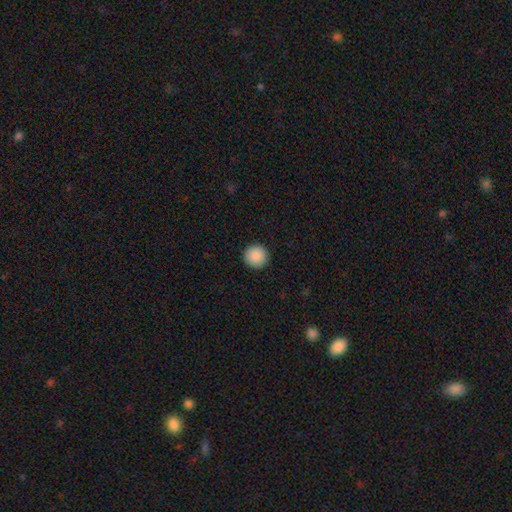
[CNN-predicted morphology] Smooth or featured?
  - smooth: 89% *
  - star or artifact: 8%
  - featured or disk: 3%
How rounded?
  - round: 96% *
  - in between: 3%
  - cigar-shaped: 1%
Merging?
  - none: 93% *
  - minor disturbance: 4%
  - major disturbance: 1%
  - merger: 1%